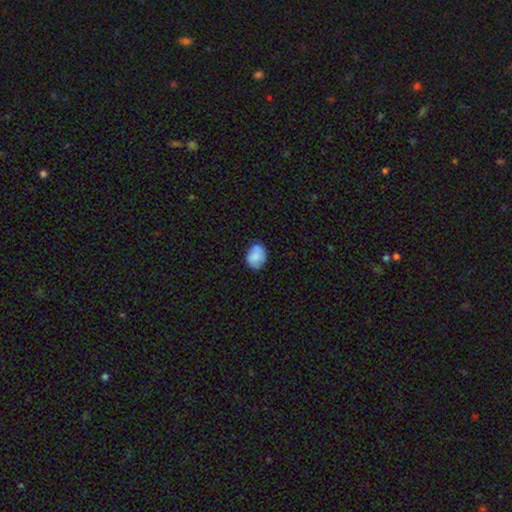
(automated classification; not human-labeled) The model was most divided on "merging": none: 62%, minor disturbance: 29%, major disturbance: 5%, merger: 4%. More confident: smooth or featured — smooth (82%); how rounded — in between (70%).